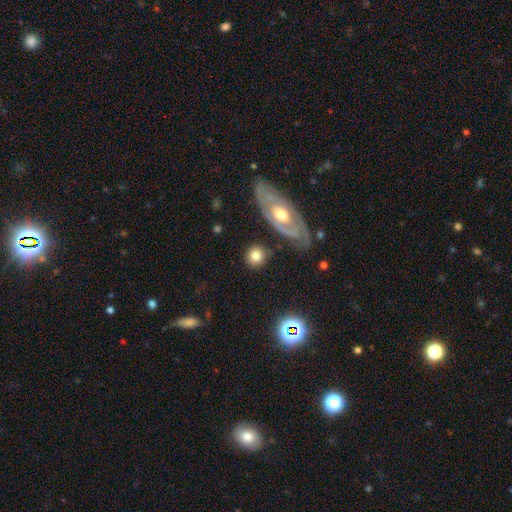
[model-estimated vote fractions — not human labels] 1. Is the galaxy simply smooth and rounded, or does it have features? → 75% smooth, 17% featured or disk, 8% star or artifact.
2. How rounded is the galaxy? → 84% round, 14% in between, 2% cigar-shaped.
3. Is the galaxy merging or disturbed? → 80% none, 11% minor disturbance, 5% merger, 4% major disturbance.